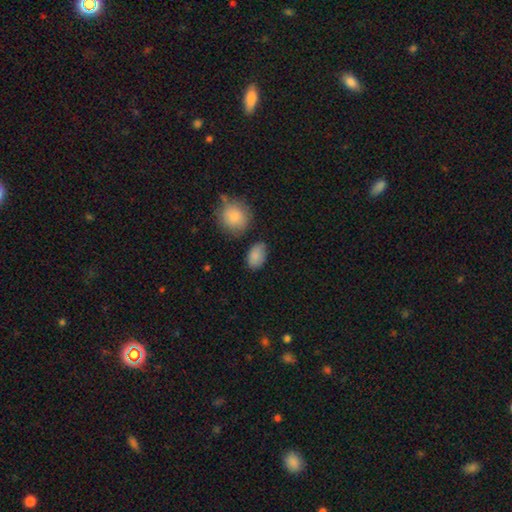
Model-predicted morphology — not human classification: Smooth or featured?
  - smooth: 86% *
  - star or artifact: 8%
  - featured or disk: 6%
How rounded?
  - in between: 86% *
  - round: 12%
  - cigar-shaped: 1%
Merging?
  - none: 70% *
  - minor disturbance: 20%
  - merger: 5%
  - major disturbance: 5%